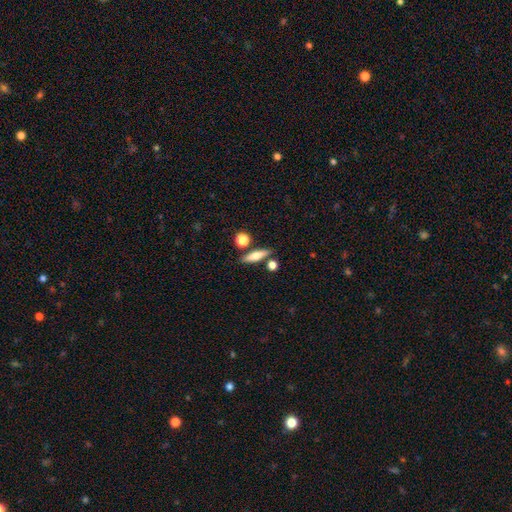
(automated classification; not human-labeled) Smooth or featured?
  - smooth: 54% *
  - featured or disk: 38%
  - star or artifact: 8%
How rounded?
  - cigar-shaped: 66% *
  - in between: 27%
  - round: 7%
Merging?
  - none: 80% *
  - minor disturbance: 9%
  - merger: 8%
  - major disturbance: 3%